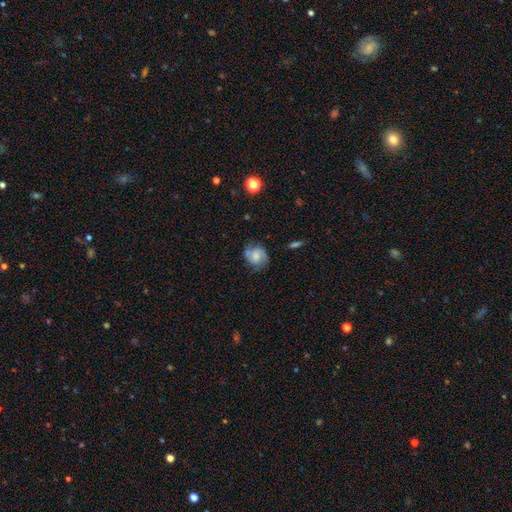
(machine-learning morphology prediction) Smooth or featured: featured or disk — 52% (smooth — 39%)
Edge-on disk: no — 97% (yes — 3%)
Bar: no — 59% (weak — 34%)
Spiral arms: yes — 87% (no — 13%)
Bulge size: moderate — 42% (small — 33%)
Merging: none — 66% (minor disturbance — 22%)